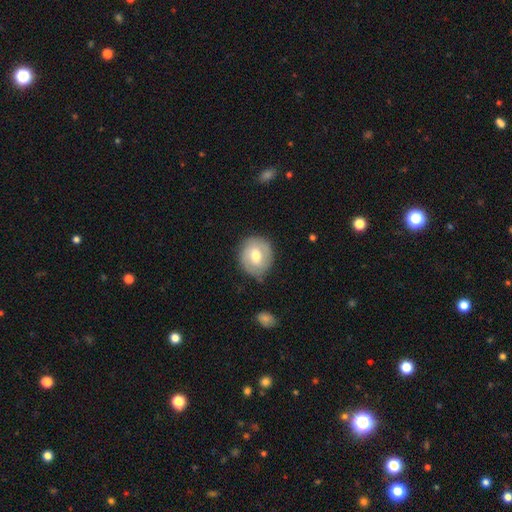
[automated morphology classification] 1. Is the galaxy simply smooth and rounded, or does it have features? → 51% smooth, 42% featured or disk, 6% star or artifact.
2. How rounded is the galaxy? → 73% round, 26% in between, 1% cigar-shaped.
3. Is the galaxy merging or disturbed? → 78% none, 16% minor disturbance, 4% major disturbance, 2% merger.